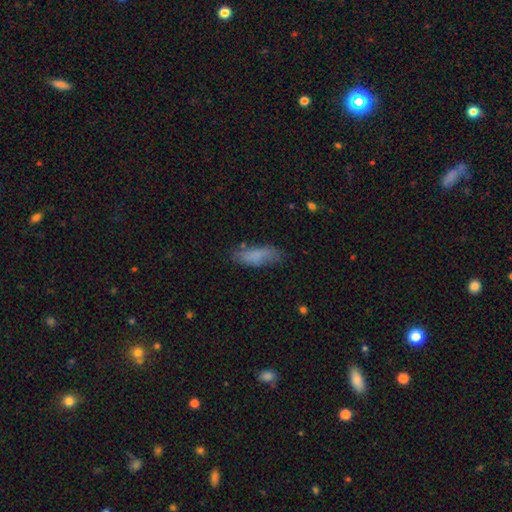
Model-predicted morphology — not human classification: Q: Smooth or featured?
A: smooth (76%); runner-up: featured or disk (15%)
Q: How rounded?
A: in between (63%); runner-up: cigar-shaped (35%)
Q: Merging?
A: none (62%); runner-up: minor disturbance (25%)